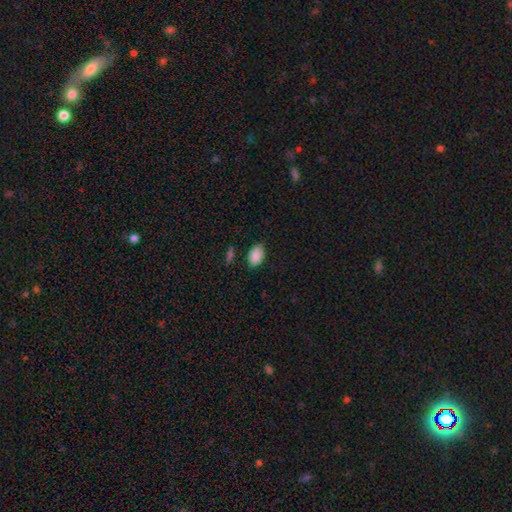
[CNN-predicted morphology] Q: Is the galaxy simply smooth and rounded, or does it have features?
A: smooth — 89%.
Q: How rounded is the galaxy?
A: in between — 91%.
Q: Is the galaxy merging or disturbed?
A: none — 84%.